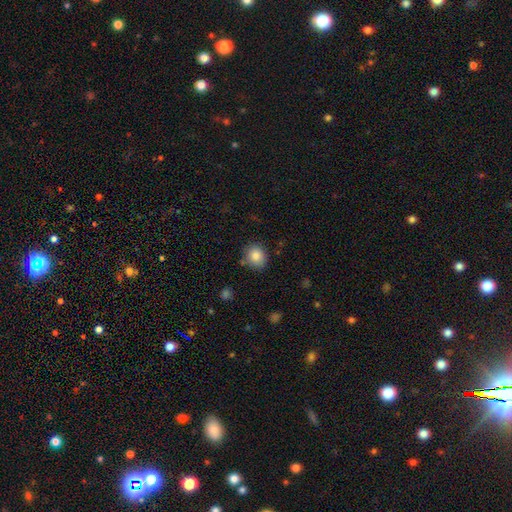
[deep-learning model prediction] This is clearly a smooth galaxy (85%). How rounded: likely round (69%). Merging: clearly none (82%).